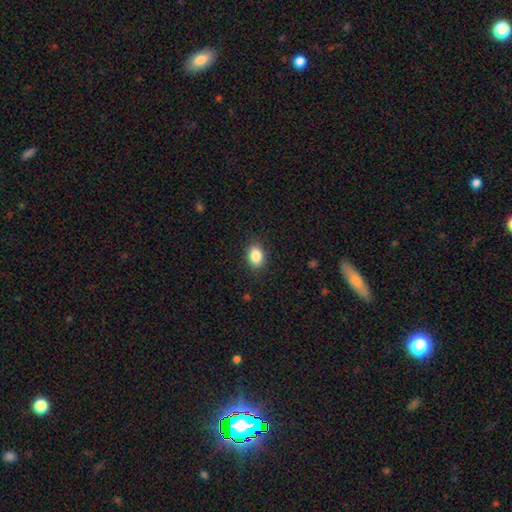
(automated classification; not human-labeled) Smooth or featured? smooth (87%)
How rounded? in between (78%)
Merging? none (87%)